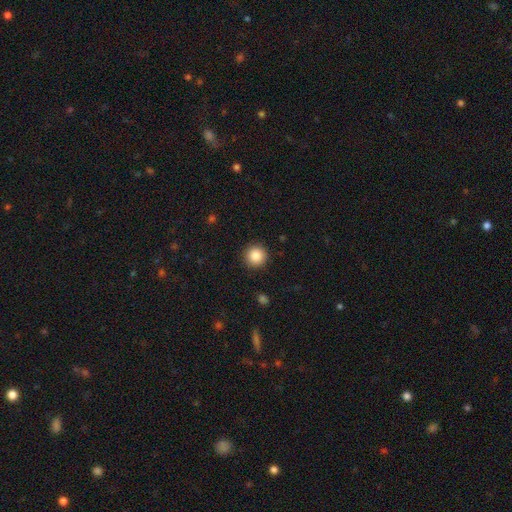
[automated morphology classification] The model was most divided on "smooth or featured": smooth: 87%, star or artifact: 9%, featured or disk: 4%. More confident: how rounded — round (96%); merging — none (91%).